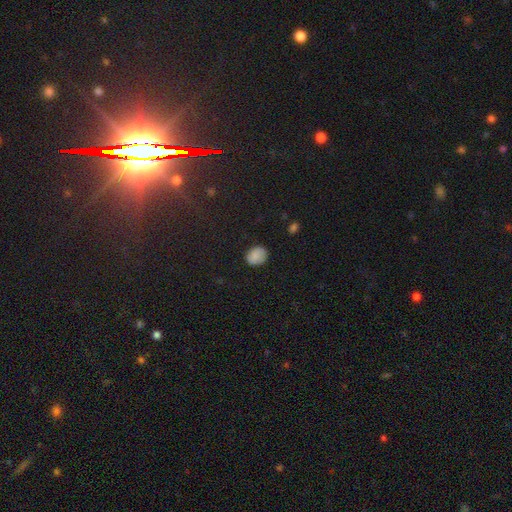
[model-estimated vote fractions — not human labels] Overall: smooth (83%). How rounded: round (55%; in between 44%). Merging: none (82%).